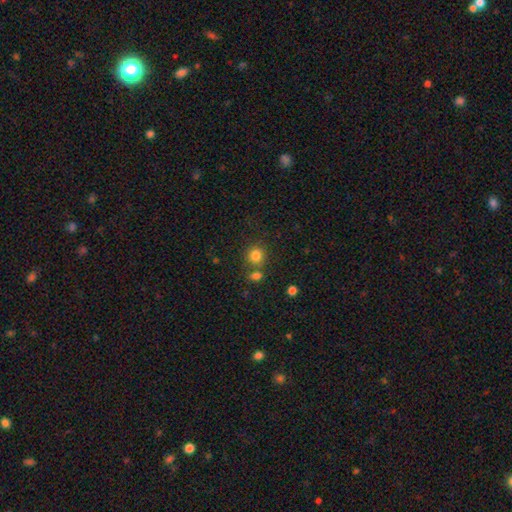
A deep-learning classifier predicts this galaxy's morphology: This is clearly a smooth galaxy (82%). How rounded: clearly round (88%). Merging: likely none (68%).